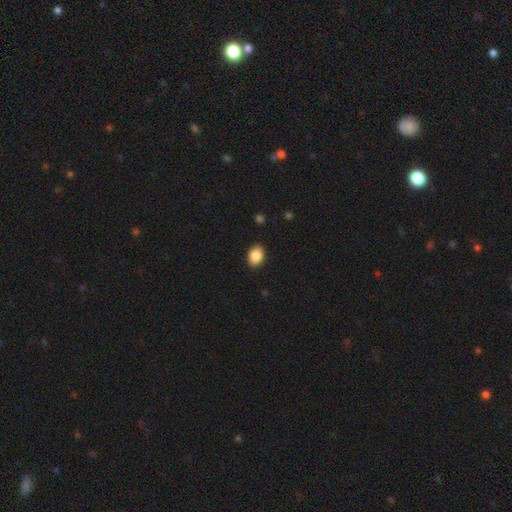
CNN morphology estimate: A smooth galaxy with no disk features (88%) that is in between round and cigar-shaped (76%). Merging: none (89%).